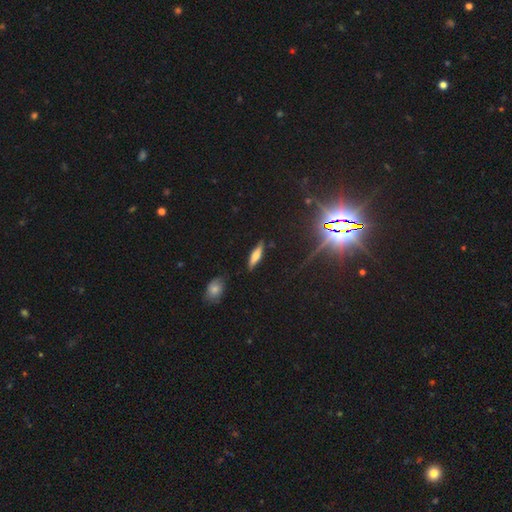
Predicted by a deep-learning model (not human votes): smooth-or-featured: smooth: 56% | featured or disk: 33% | star or artifact: 11%
  how-rounded: cigar-shaped: 67% | in between: 31% | round: 2%
  merging: none: 84% | minor disturbance: 12% | major disturbance: 3% | merger: 2%